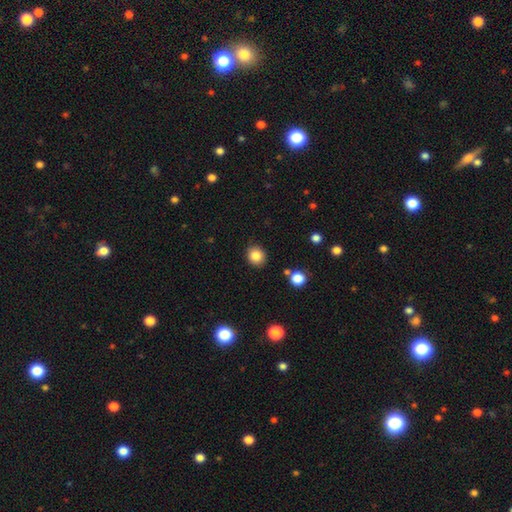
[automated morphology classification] Smooth or featured: smooth — 84% (star or artifact — 11%)
How rounded: round — 82% (in between — 17%)
Merging: none — 88% (minor disturbance — 8%)